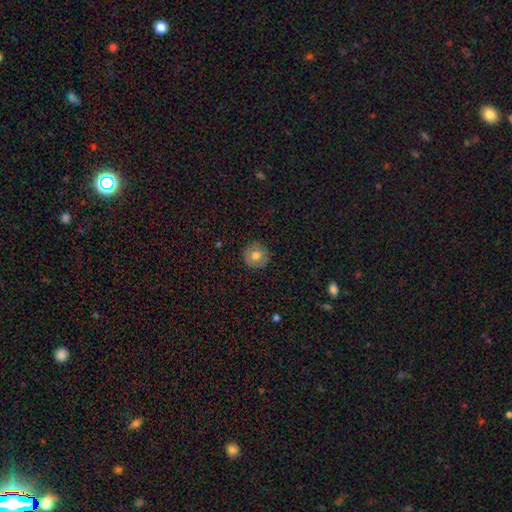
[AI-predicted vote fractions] A smooth galaxy with no disk features (75%) that is round (94%).

Vote fractions:
- Smooth or featured? smooth: 75% / featured or disk: 17% / star or artifact: 8%
- How rounded? round: 94% / in between: 5% / cigar-shaped: 1%
- Merging? none: 89% / minor disturbance: 8% / major disturbance: 2% / merger: 1%